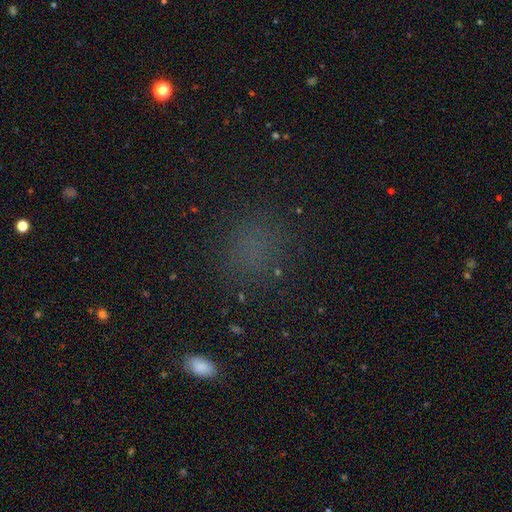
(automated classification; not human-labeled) Q: Smooth or featured?
A: smooth (64%); runner-up: star or artifact (29%)
Q: How rounded?
A: round (77%); runner-up: in between (21%)
Q: Merging?
A: none (82%); runner-up: minor disturbance (11%)